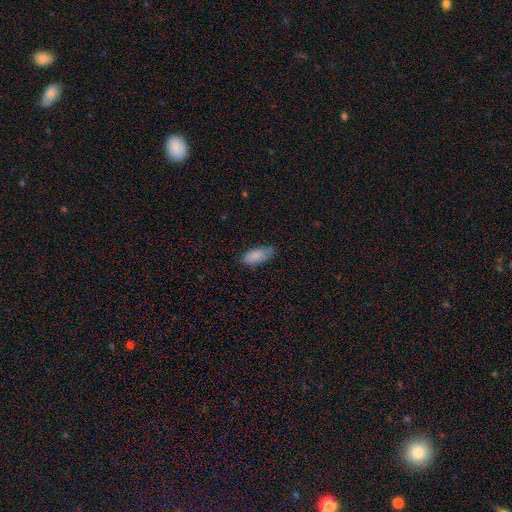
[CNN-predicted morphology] Smooth or featured? Predicted: smooth (p=0.86). How rounded? Predicted: in between (p=0.86). Merging? Predicted: none (p=0.68).